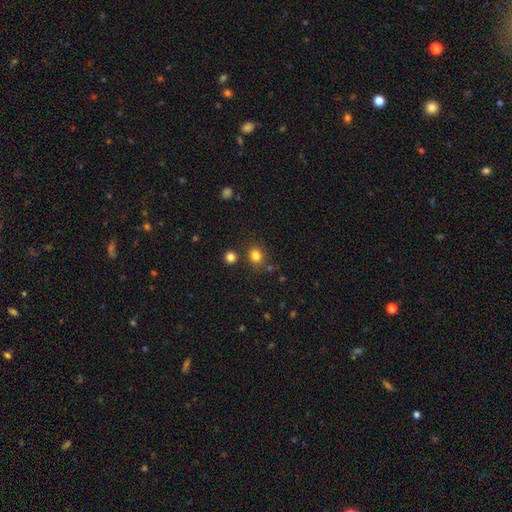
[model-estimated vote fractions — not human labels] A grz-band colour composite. It shows a smooth galaxy with no disk features (81%) that is round (76%). Merging: none (79%).